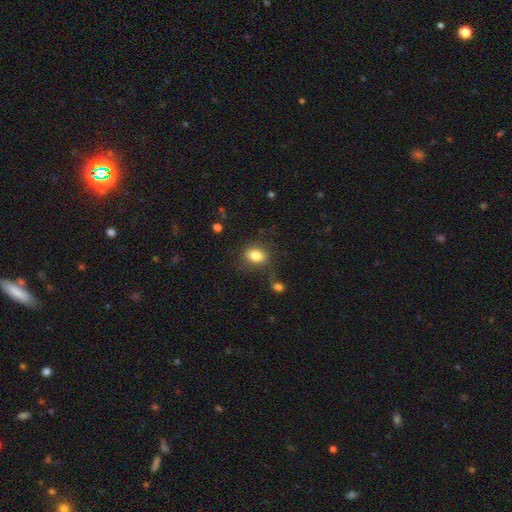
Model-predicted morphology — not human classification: smooth-or-featured: smooth: 81% | featured or disk: 9% | star or artifact: 9%
  how-rounded: in between: 70% | round: 28% | cigar-shaped: 2%
  merging: none: 75% | minor disturbance: 15% | major disturbance: 6% | merger: 4%